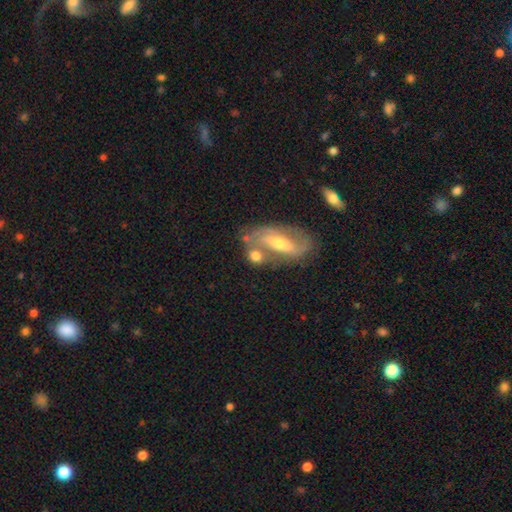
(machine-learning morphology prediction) Smooth or featured? featured or disk (46%, tied with smooth)
Merging? none (45%)